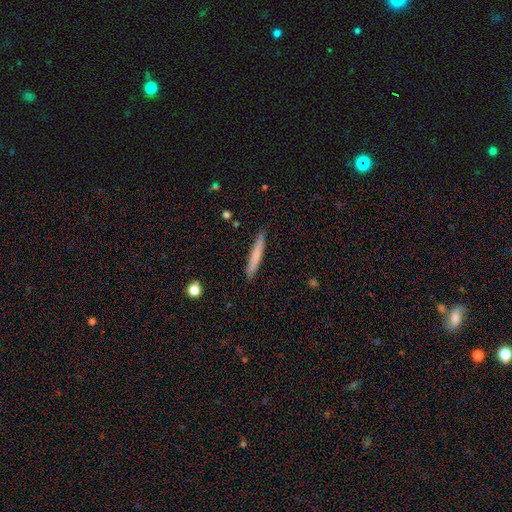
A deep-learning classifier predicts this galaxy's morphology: Q: Smooth or featured?
A: smooth (72%); runner-up: featured or disk (22%)
Q: How rounded?
A: cigar-shaped (95%); runner-up: in between (3%)
Q: Merging?
A: none (89%); runner-up: minor disturbance (8%)